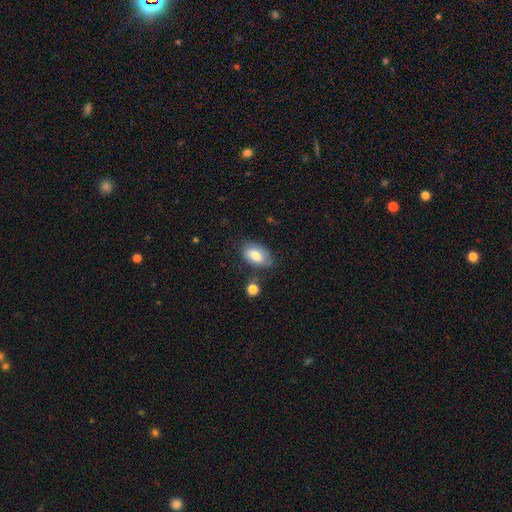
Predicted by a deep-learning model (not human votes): smooth_or_featured: smooth (p=0.76) [alt: featured or disk p=0.16]
how_rounded: in between (p=0.92) [alt: round p=0.06]
merging: none (p=0.68) [alt: minor disturbance p=0.21]